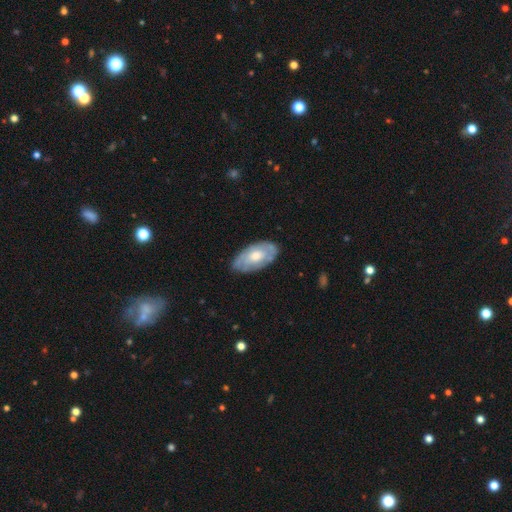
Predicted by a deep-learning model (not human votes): smooth-or-featured: featured or disk: 57% | smooth: 38% | star or artifact: 5%
  disk-edge-on: no: 89% | yes: 11%
    bar: no: 80% | weak: 17% | strong: 3%
    has-spiral-arms: yes: 57% | no: 43%
    bulge-size: moderate: 67% | small: 21% | large: 10% | none: 2% | dominant: 1%
  merging: none: 76% | minor disturbance: 19% | major disturbance: 4% | merger: 1%